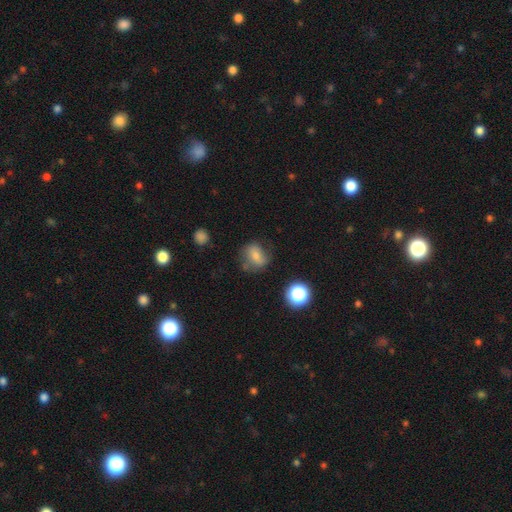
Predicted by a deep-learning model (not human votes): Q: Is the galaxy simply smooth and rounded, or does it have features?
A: smooth — 66%.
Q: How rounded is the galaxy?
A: in between — 53%.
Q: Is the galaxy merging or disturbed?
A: none — 56%.